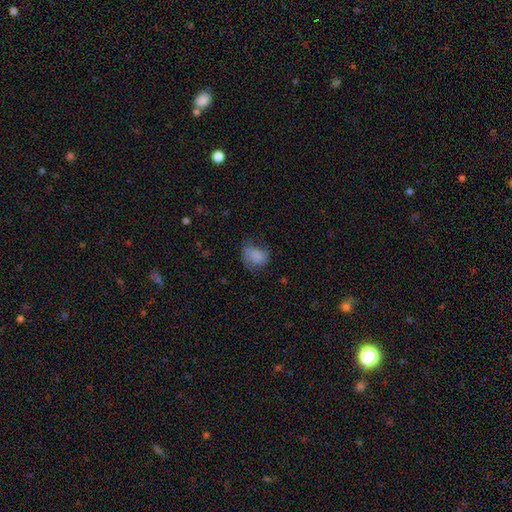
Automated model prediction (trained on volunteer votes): Q: Smooth or featured?
A: smooth (74%); runner-up: featured or disk (17%)
Q: How rounded?
A: in between (56%); runner-up: round (43%)
Q: Merging?
A: none (46%); runner-up: minor disturbance (31%)